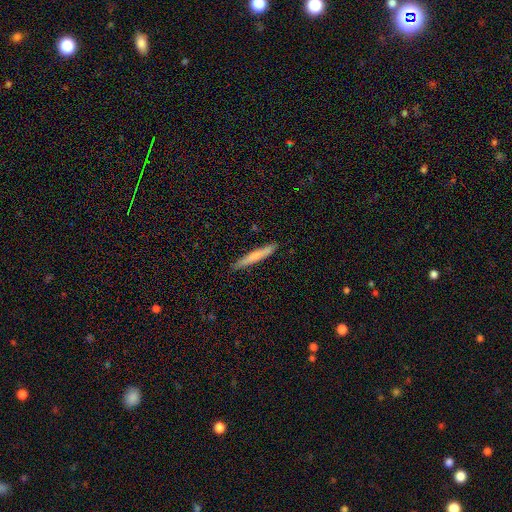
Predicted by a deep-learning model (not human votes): Smooth or featured? smooth (64%)
How rounded? cigar-shaped (95%)
Merging? none (89%)